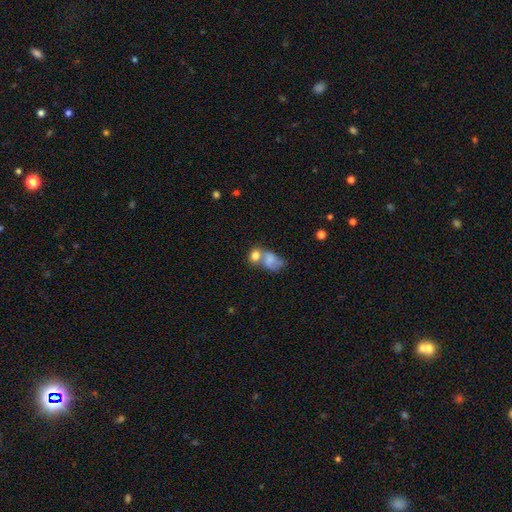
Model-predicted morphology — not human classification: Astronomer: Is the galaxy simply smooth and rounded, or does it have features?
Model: smooth — 74%.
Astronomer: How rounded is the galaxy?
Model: in between — 62%.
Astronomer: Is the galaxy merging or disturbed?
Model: merger — 60%.